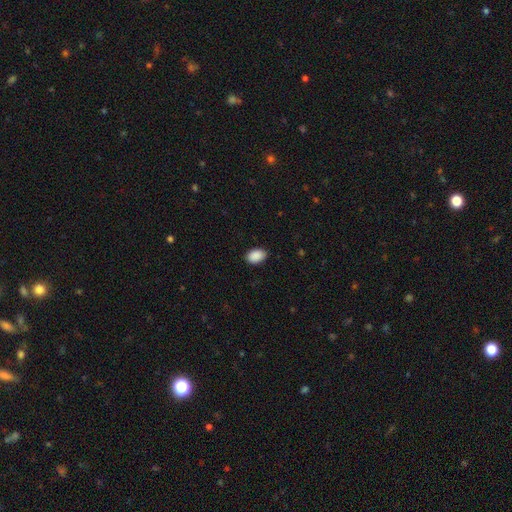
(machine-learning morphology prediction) smooth-or-featured: smooth: 91% | star or artifact: 7% | featured or disk: 2%
  how-rounded: in between: 88% | round: 11% | cigar-shaped: 1%
  merging: none: 89% | minor disturbance: 8% | major disturbance: 2% | merger: 1%